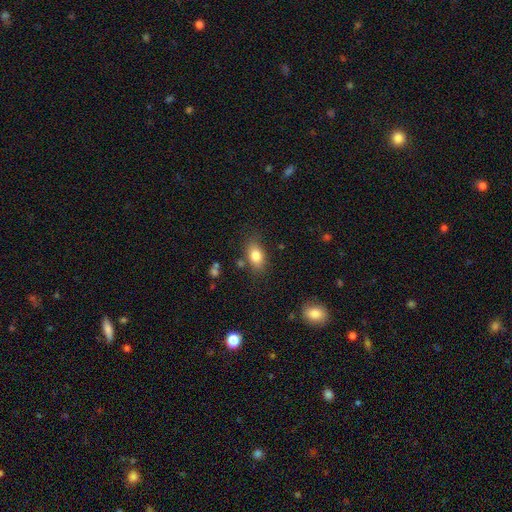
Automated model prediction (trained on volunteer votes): This appears to be a smooth galaxy with no disk features (82%) that is in between round and cigar-shaped (85%). Merging: none (77%).